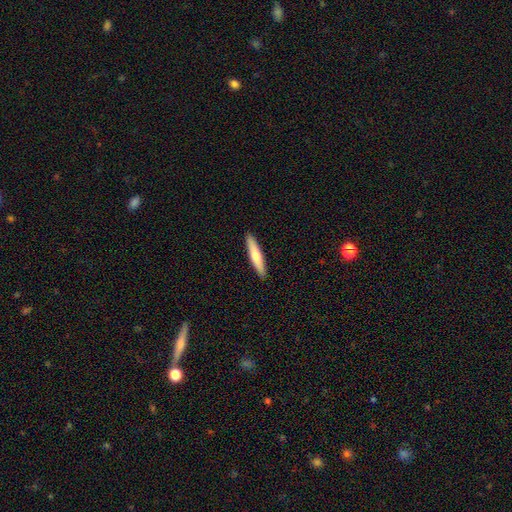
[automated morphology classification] Smooth or featured? smooth (63%)
How rounded? cigar-shaped (90%)
Merging? none (92%)